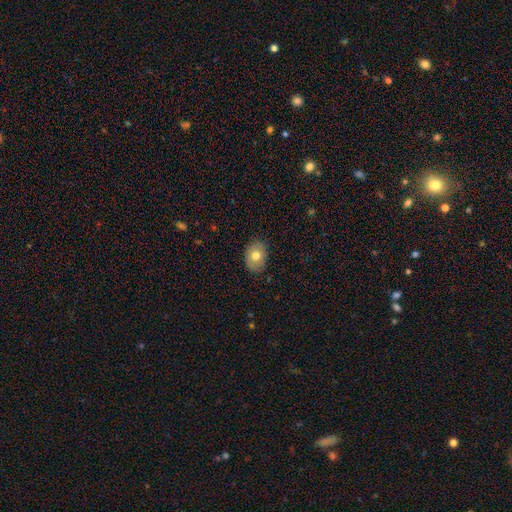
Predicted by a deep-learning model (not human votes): Morphology: type=smooth (73%); roundness=in between (67%); merging=none (83%).